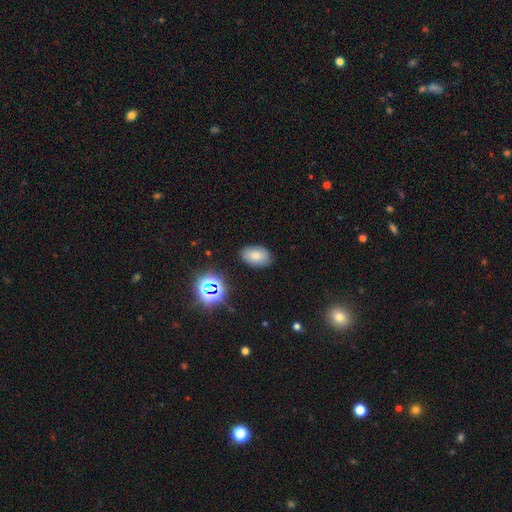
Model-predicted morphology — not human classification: Smooth or featured: smooth — 77% (star or artifact — 14%)
How rounded: in between — 91% (round — 8%)
Merging: none — 84% (minor disturbance — 11%)